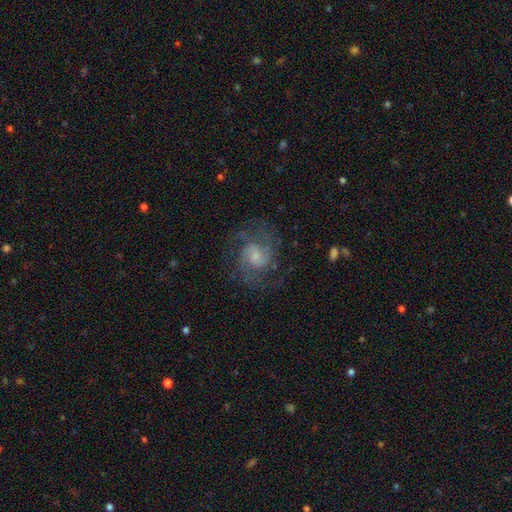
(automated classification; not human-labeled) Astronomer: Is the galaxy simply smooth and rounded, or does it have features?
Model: featured or disk — 82%.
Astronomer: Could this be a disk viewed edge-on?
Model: no — 98%.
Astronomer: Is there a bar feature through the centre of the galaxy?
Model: no — 55% (runner-up: weak, 40%).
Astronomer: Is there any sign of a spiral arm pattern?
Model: yes — 95%.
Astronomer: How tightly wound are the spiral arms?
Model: medium — 53% (runner-up: tight, 31%).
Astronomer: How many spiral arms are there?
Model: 2 — 71%.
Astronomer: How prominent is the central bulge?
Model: small — 47% (runner-up: moderate, 33%).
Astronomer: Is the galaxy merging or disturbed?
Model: none — 70%.